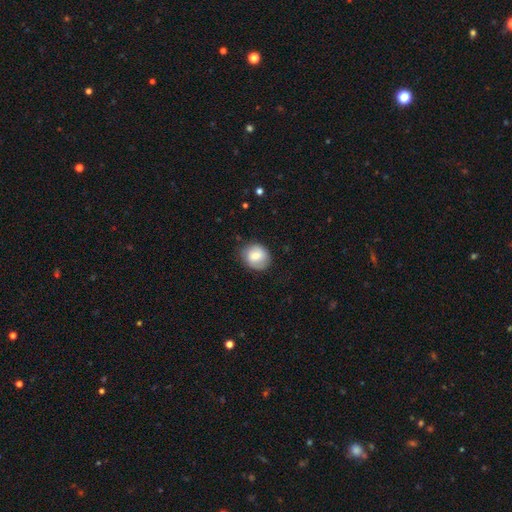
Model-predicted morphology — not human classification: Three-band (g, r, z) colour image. It shows a smooth galaxy with no disk features (73%) that is round (75%). Merging: none (76%).